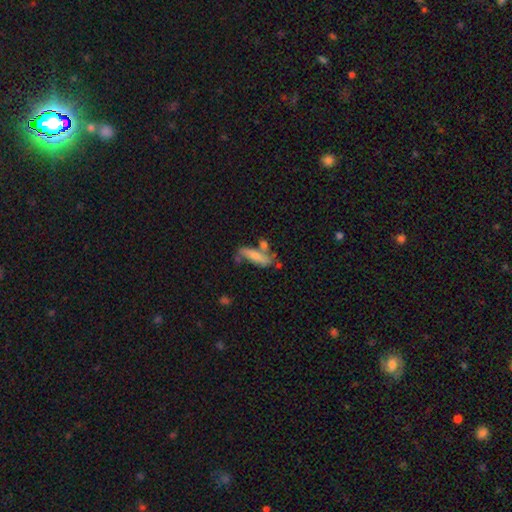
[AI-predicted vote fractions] Overall: smooth (72%). How rounded: cigar-shaped (60%; in between 38%). Merging: none (46%; minor disturbance 22%).